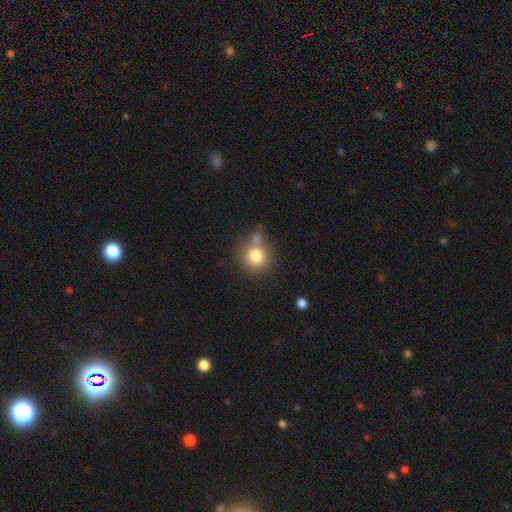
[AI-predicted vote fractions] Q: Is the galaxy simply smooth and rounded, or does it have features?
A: smooth — 80%.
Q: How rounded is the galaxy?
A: round — 87%.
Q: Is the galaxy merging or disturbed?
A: none — 60%.